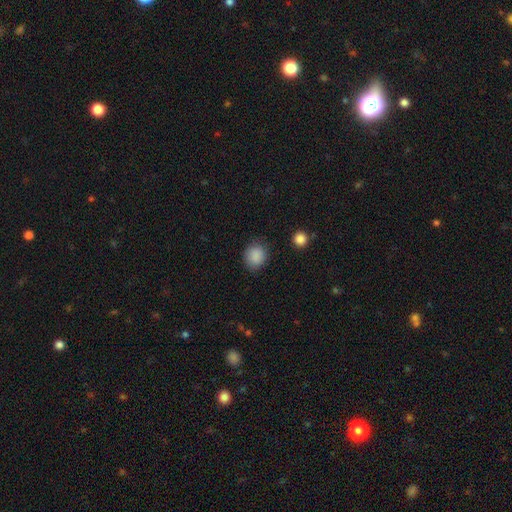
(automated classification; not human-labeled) This appears to be a smooth galaxy with no disk features (88%) that is round (77%). Merging: none (84%).